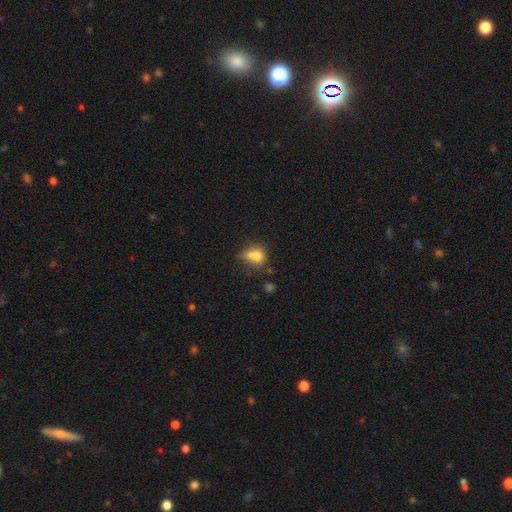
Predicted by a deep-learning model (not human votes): The model was most divided on "how rounded": round: 56%, in between: 42%, cigar-shaped: 2%. Remaining: smooth or featured — smooth (75%); merging — none (40%).